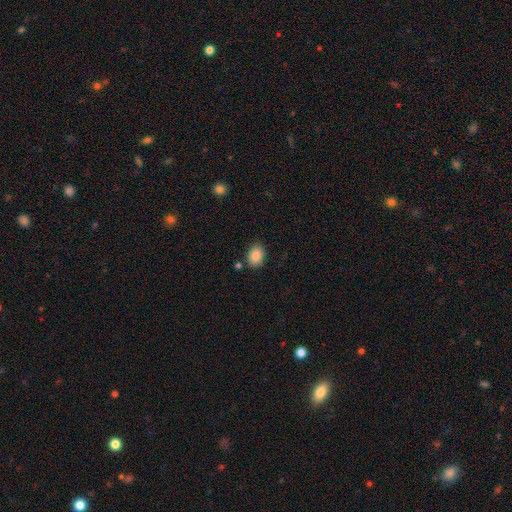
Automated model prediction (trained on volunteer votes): This is clearly a smooth galaxy (87%). How rounded: likely in between (73%). Merging: clearly none (82%).